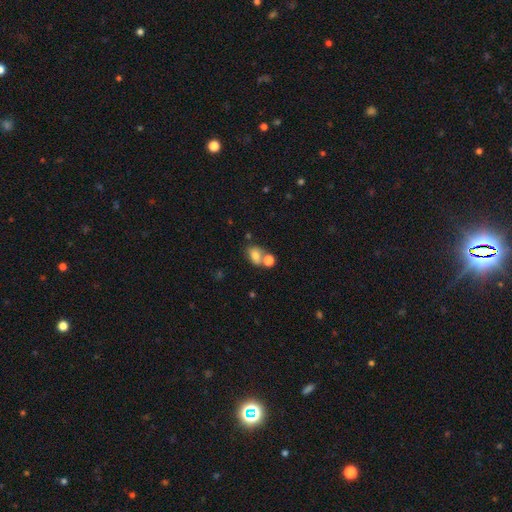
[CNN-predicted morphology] A smooth galaxy with no disk features (76%) that is in between round and cigar-shaped (76%). Merging: none (43%).